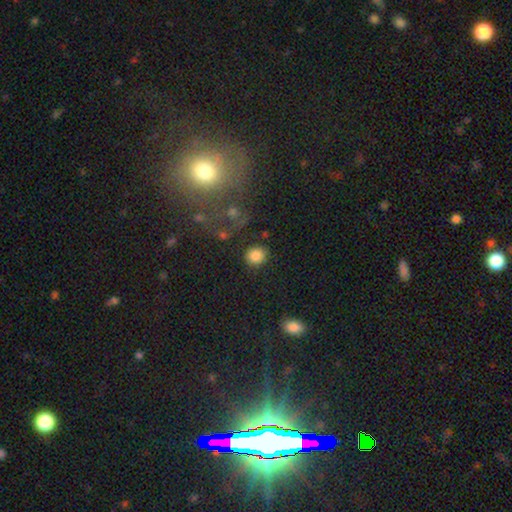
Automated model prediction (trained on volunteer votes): Smooth or featured: smooth — 85% (star or artifact — 10%)
How rounded: round — 82% (in between — 17%)
Merging: none — 85% (minor disturbance — 9%)